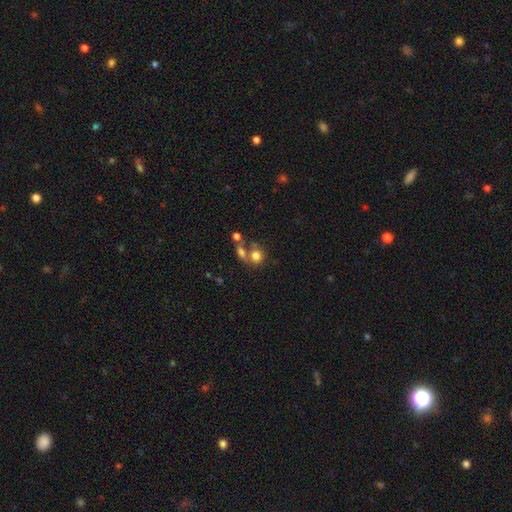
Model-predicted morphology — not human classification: This appears to be a smooth galaxy with no disk features (73%) that is round (74%). Merging: merger (43%).